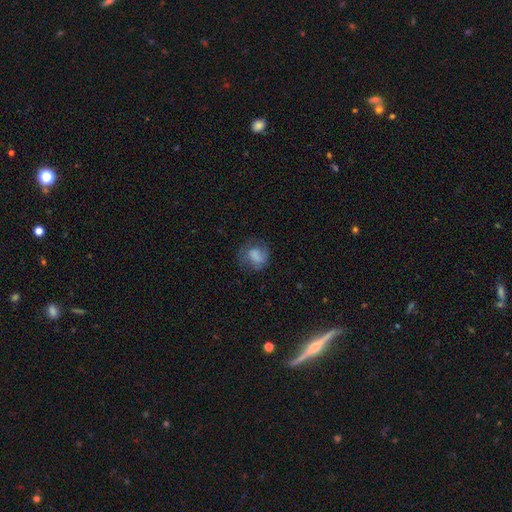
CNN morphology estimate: Smooth or featured? smooth (68%)
How rounded? round (56%)
Merging? none (54%)